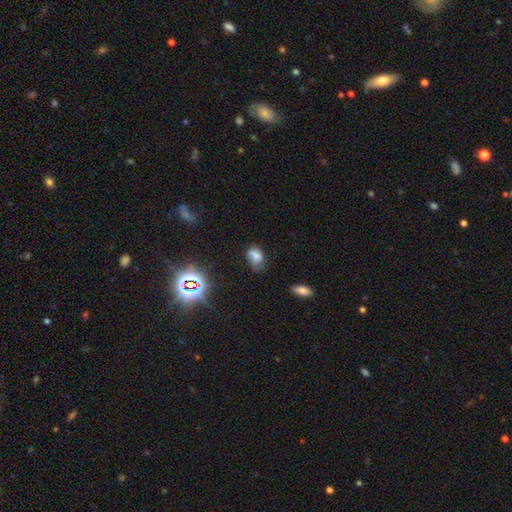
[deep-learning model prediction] Q: Smooth or featured?
A: smooth (65%); runner-up: featured or disk (18%)
Q: How rounded?
A: in between (86%); runner-up: round (12%)
Q: Merging?
A: none (51%); runner-up: minor disturbance (32%)